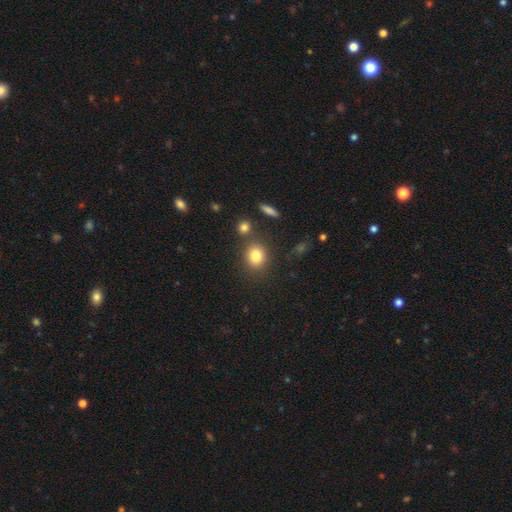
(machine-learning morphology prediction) A smooth galaxy with no disk features (82%) that is round (70%).

Vote fractions:
- Smooth or featured? smooth: 82% / star or artifact: 11% / featured or disk: 7%
- How rounded? round: 70% / in between: 29% / cigar-shaped: 1%
- Merging? none: 78% / minor disturbance: 10% / merger: 8% / major disturbance: 4%